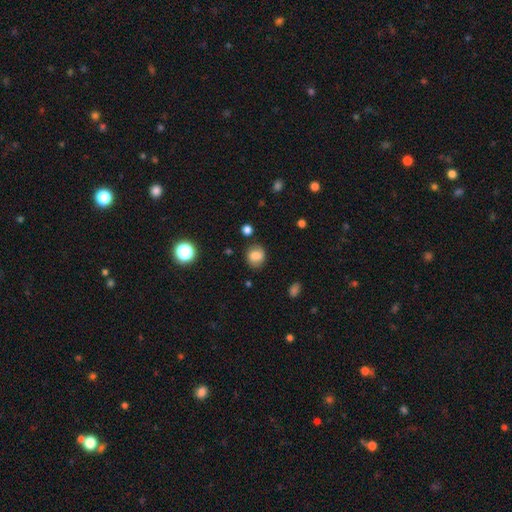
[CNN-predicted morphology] A smooth galaxy with no disk features (74%) that is round (68%).

Vote fractions:
- Smooth or featured? smooth: 74% / featured or disk: 15% / star or artifact: 11%
- How rounded? round: 68% / in between: 31% / cigar-shaped: 1%
- Merging? none: 78% / minor disturbance: 15% / major disturbance: 5% / merger: 2%